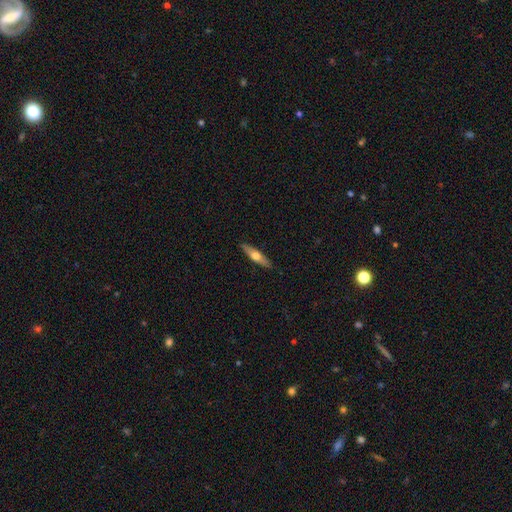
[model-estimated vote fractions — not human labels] Overall: featured or disk (49%; smooth 46%). Merging: none (90%).